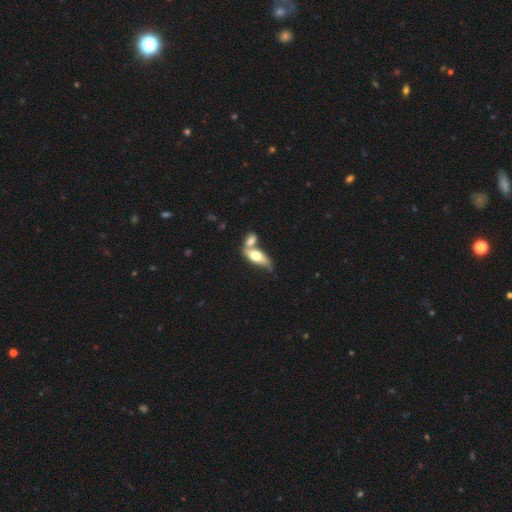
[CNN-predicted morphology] A smooth galaxy with no disk features (60%) that is in between round and cigar-shaped (76%).

Vote fractions:
- Smooth or featured? smooth: 60% / featured or disk: 34% / star or artifact: 6%
- How rounded? in between: 76% / cigar-shaped: 20% / round: 4%
- Merging? merger: 56% / none: 26% / minor disturbance: 11% / major disturbance: 6%